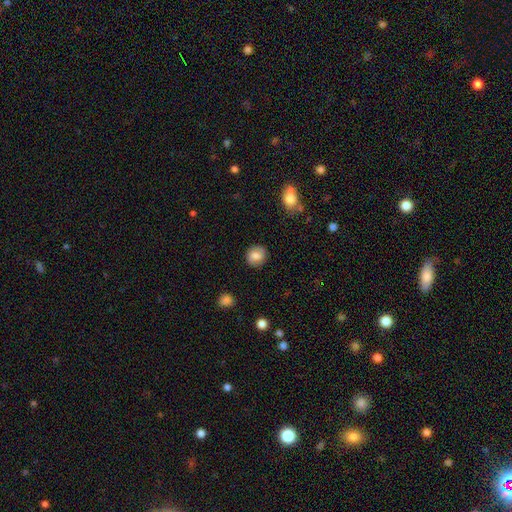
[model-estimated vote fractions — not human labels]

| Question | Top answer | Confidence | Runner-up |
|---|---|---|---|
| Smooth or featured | smooth | 78% | featured or disk (14%) |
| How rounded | round | 79% | in between (20%) |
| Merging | none | 86% | minor disturbance (10%) |